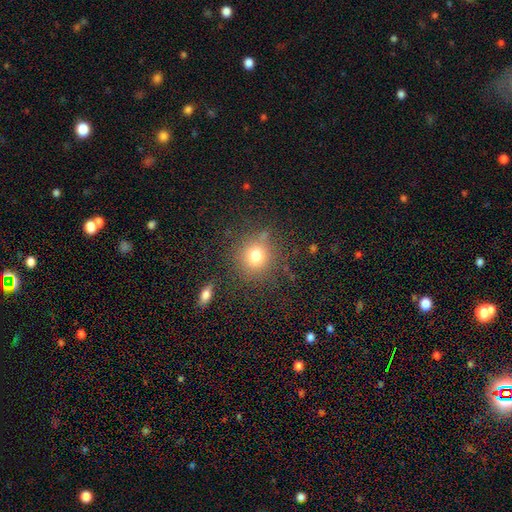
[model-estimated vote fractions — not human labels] smooth_or_featured: smooth (p=0.76) [alt: star or artifact p=0.14]
how_rounded: round (p=0.89) [alt: in between p=0.10]
merging: none (p=0.82) [alt: minor disturbance p=0.10]